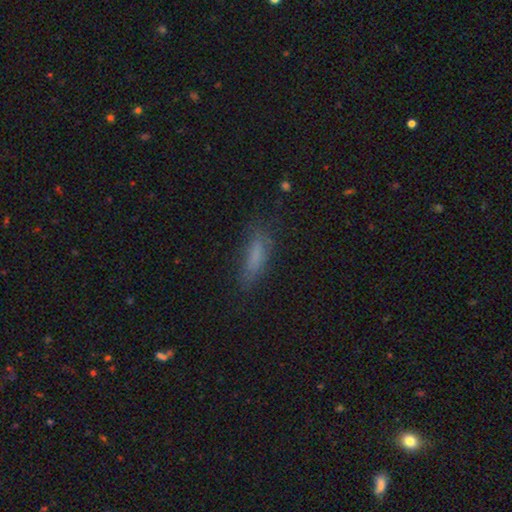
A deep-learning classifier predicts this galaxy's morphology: smooth-or-featured: smooth: 74% | featured or disk: 15% | star or artifact: 12%
  how-rounded: cigar-shaped: 61% | in between: 37% | round: 2%
  merging: none: 69% | minor disturbance: 21% | major disturbance: 8% | merger: 2%